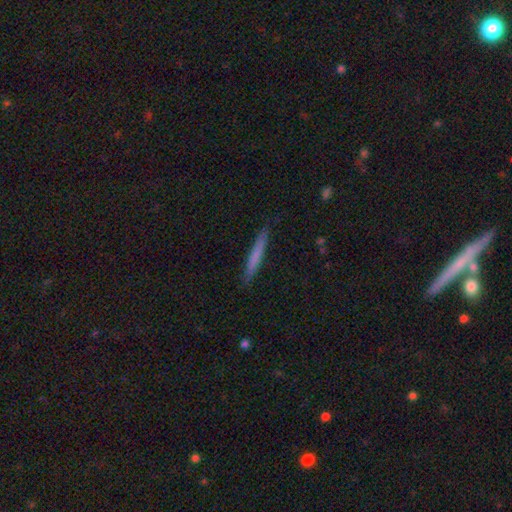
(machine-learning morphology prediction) Smooth or featured?
  - smooth: 69% *
  - featured or disk: 25%
  - star or artifact: 6%
How rounded?
  - cigar-shaped: 96% *
  - in between: 2%
  - round: 1%
Merging?
  - none: 90% *
  - minor disturbance: 8%
  - major disturbance: 2%
  - merger: 1%